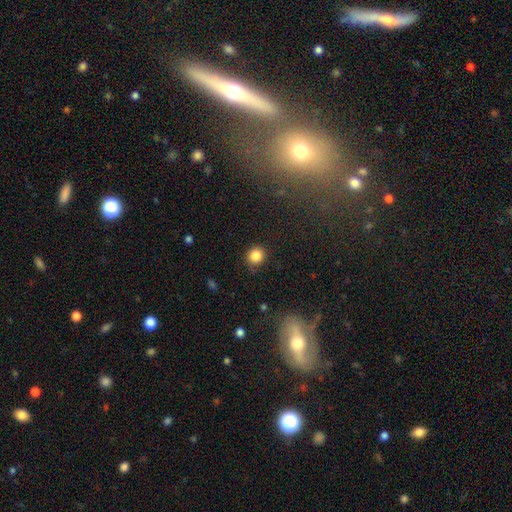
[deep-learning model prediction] This is clearly a smooth galaxy (84%). How rounded: clearly round (87%). Merging: clearly none (85%).